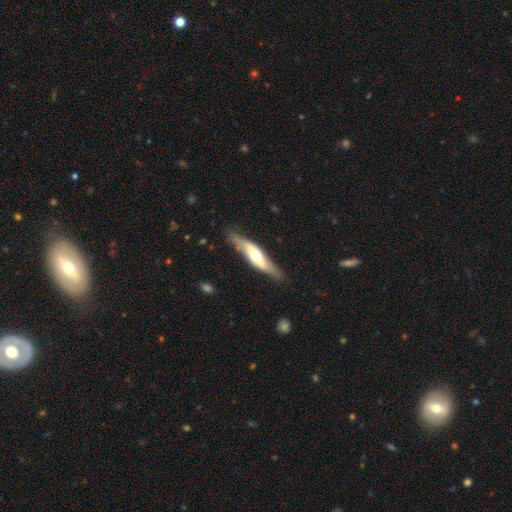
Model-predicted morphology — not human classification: smooth-or-featured: featured or disk: 55% | smooth: 40% | star or artifact: 5%
  disk-edge-on: yes: 70% | no: 30%
  merging: none: 78% | minor disturbance: 17% | major disturbance: 4% | merger: 2%